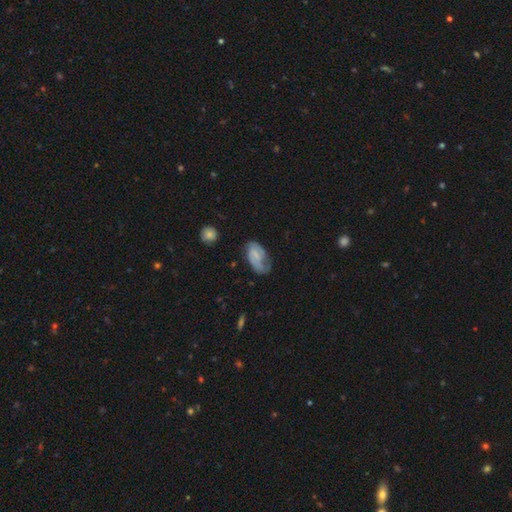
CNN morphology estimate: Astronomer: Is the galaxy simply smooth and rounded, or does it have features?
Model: featured or disk — 59% (runner-up: smooth, 34%).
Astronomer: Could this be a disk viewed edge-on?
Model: no — 96%.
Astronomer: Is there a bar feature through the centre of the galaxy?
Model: weak — 45% (runner-up: no, 42%).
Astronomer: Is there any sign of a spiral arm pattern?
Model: yes — 87%.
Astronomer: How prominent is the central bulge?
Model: small — 47% (runner-up: none, 30%).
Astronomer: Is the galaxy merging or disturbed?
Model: none — 52% (runner-up: minor disturbance, 29%).